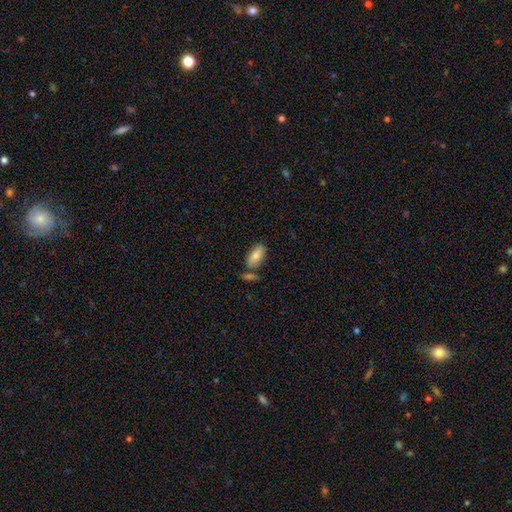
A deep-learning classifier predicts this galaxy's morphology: Smooth or featured: smooth — 81% (featured or disk — 12%)
How rounded: in between — 93% (cigar-shaped — 5%)
Merging: none — 69% (minor disturbance — 14%)